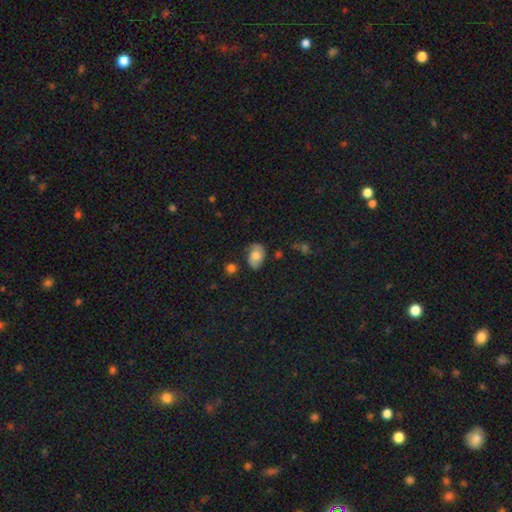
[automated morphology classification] Overall: smooth (63%; featured or disk 29%). How rounded: in between (84%). Merging: none (69%).